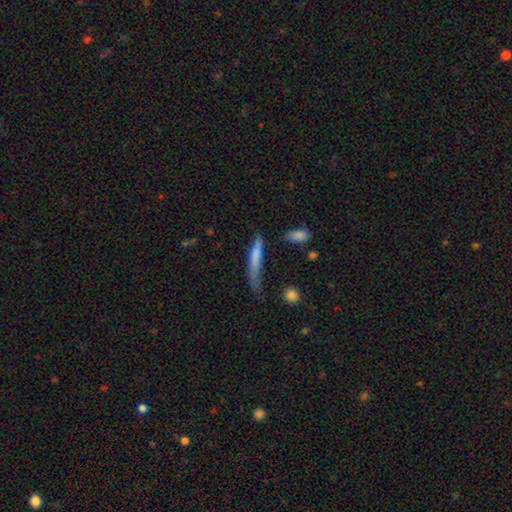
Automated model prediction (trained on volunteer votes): Morphology: type=smooth (70%); roundness=cigar-shaped (90%); merging=none (43%).